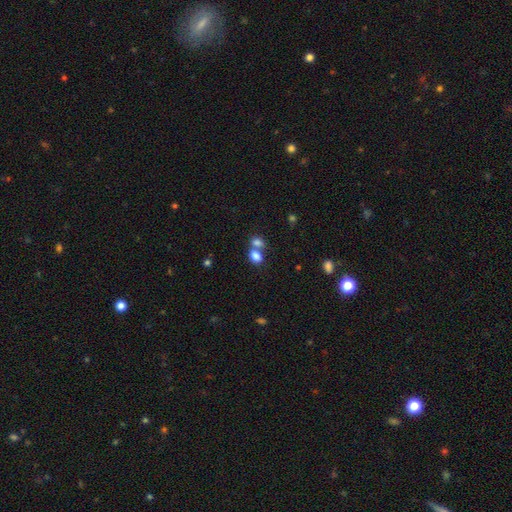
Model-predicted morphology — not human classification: smooth 81%, star or artifact 10%, featured or disk 8%. Down the decision tree: how rounded — in between (70%); merging — merger (55%).